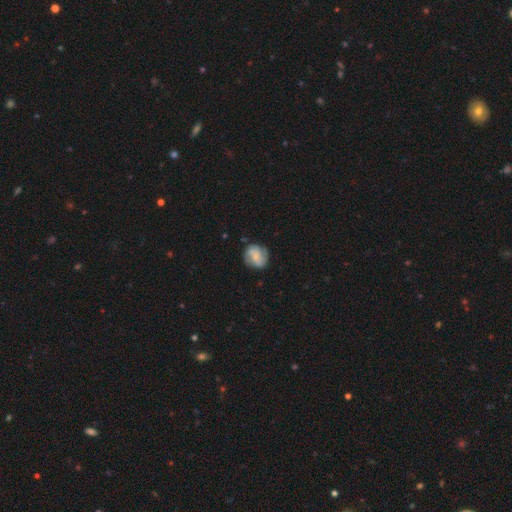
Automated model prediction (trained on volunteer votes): This is possibly a featured or disk galaxy (50%). It is clearly not viewed edge-on (97%). Merging: likely none (71%).